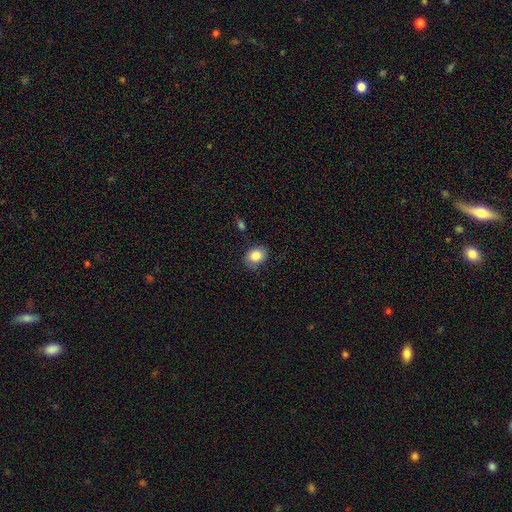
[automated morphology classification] This is clearly a smooth galaxy (84%). How rounded: possibly in between (59%). Merging: likely none (80%).